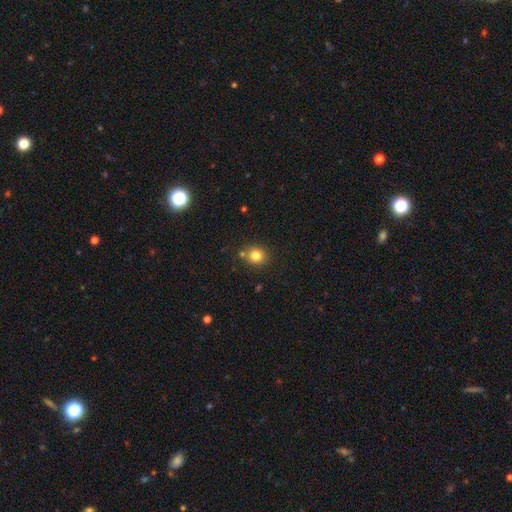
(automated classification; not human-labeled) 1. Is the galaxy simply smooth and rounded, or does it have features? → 81% smooth, 12% star or artifact, 7% featured or disk.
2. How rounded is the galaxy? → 82% round, 17% in between, 1% cigar-shaped.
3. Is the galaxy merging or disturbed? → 78% none, 10% minor disturbance, 9% merger, 3% major disturbance.